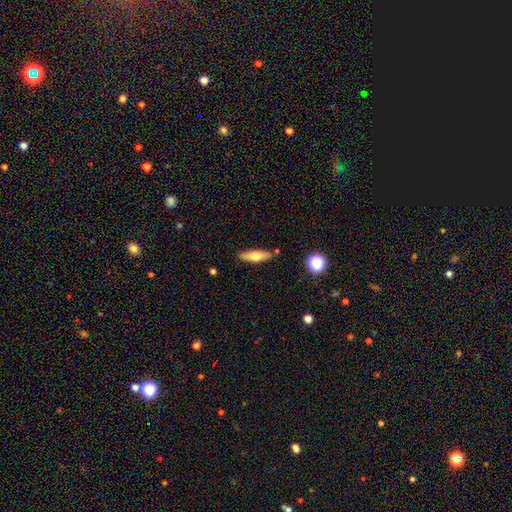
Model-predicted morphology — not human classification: A smooth galaxy with no disk features (56%) that is cigar-shaped (56%). Merging: none (83%).